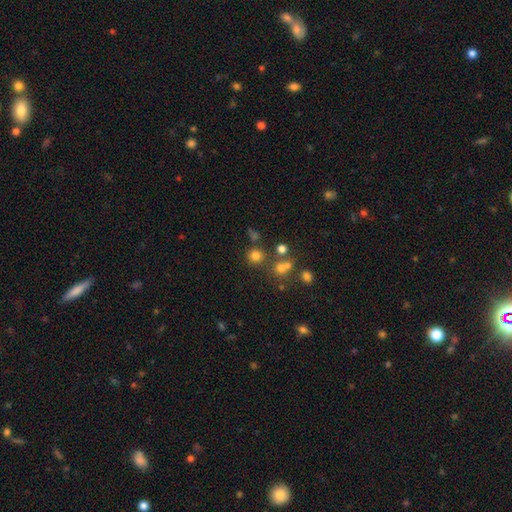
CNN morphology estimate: Overall: smooth (73%). How rounded: round (91%). Merging: none (74%).